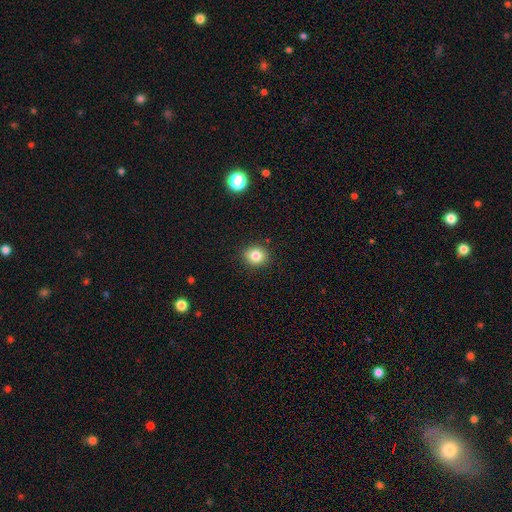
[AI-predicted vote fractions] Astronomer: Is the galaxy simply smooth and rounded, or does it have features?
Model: smooth — 82%.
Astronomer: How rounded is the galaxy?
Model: round — 78%.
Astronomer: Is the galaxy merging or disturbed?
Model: none — 90%.